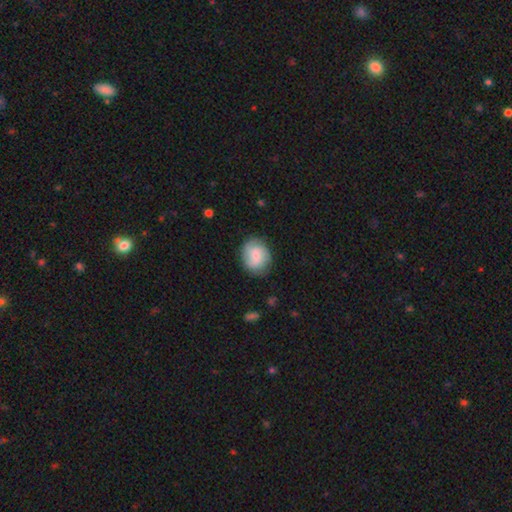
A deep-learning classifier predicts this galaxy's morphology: type=smooth (62%); roundness=round (65%); merging=none (77%).